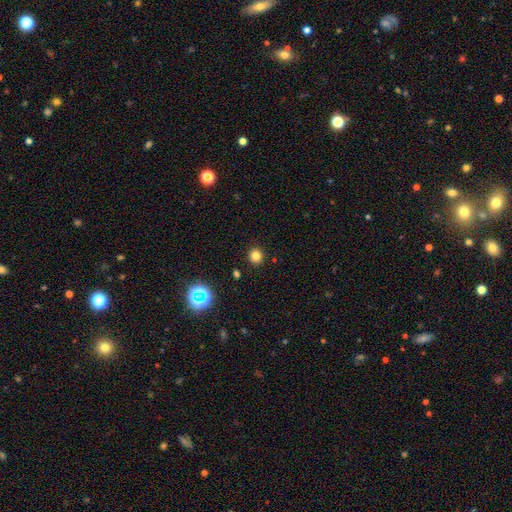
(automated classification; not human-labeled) smooth_or_featured: smooth (p=0.78) [alt: star or artifact p=0.16]
how_rounded: round (p=0.92) [alt: in between p=0.07]
merging: none (p=0.92) [alt: minor disturbance p=0.05]